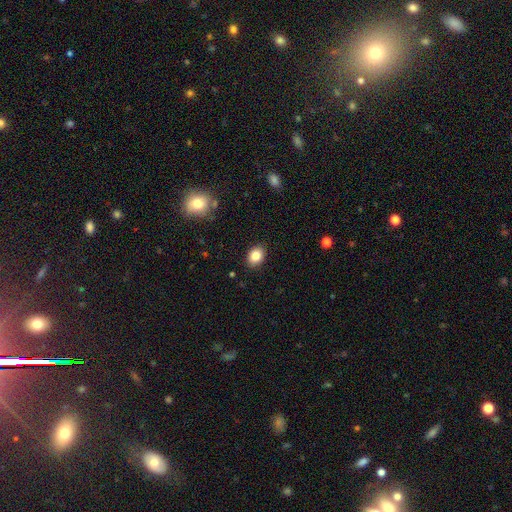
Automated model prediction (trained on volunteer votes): Overall: smooth (85%). How rounded: in between (64%; round 35%). Merging: none (89%).